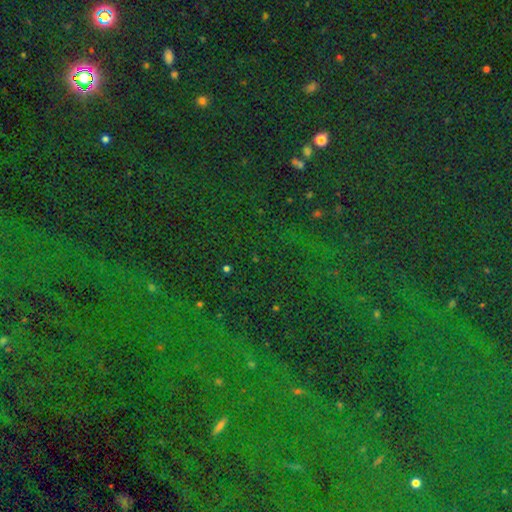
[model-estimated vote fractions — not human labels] smooth-or-featured: star or artifact: 85% | smooth: 8% | featured or disk: 7%